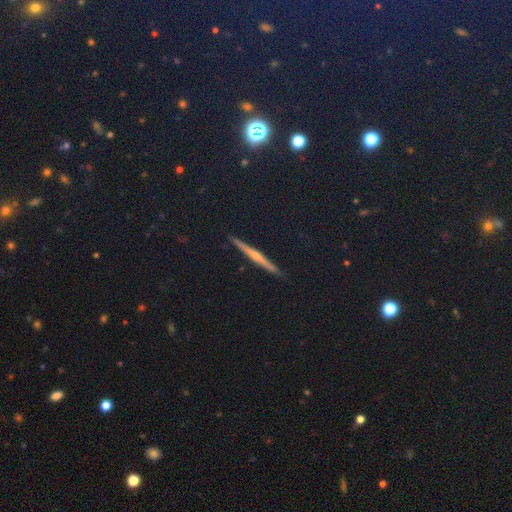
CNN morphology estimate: Smooth or featured: featured or disk — 59% (smooth — 21%)
Edge-on disk: yes — 96% (no — 4%)
Edge-on bulge: rounded — 78% (none — 15%)
Merging: none — 92% (minor disturbance — 5%)